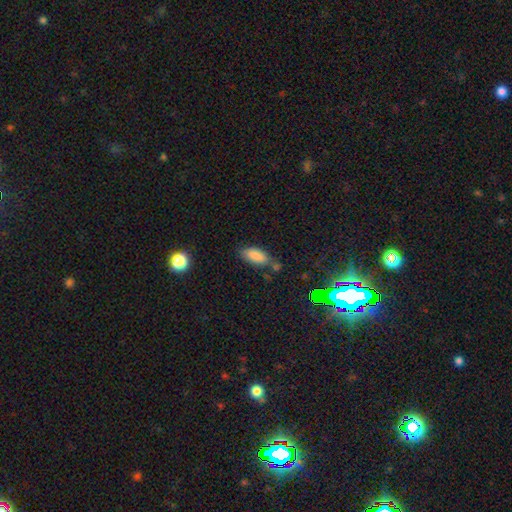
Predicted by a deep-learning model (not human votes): smooth_or_featured: smooth (p=0.85) [alt: star or artifact p=0.09]
how_rounded: in between (p=0.84) [alt: cigar-shaped p=0.13]
merging: none (p=0.62) [alt: minor disturbance p=0.21]